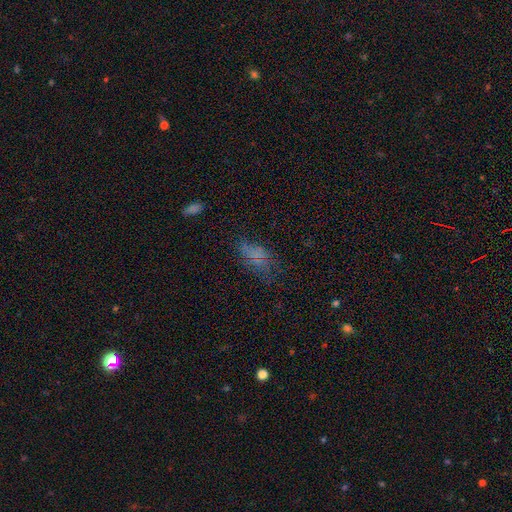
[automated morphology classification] smooth-or-featured: smooth: 55% | star or artifact: 27% | featured or disk: 18%
  how-rounded: in between: 85% | cigar-shaped: 8% | round: 7%
  merging: none: 52% | minor disturbance: 24% | major disturbance: 20% | merger: 3%